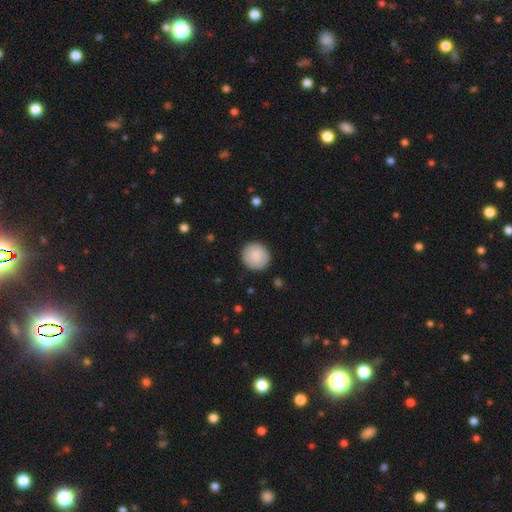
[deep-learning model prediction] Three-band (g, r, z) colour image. It shows a smooth galaxy with no disk features (89%) that is round (92%). Merging: none (90%).